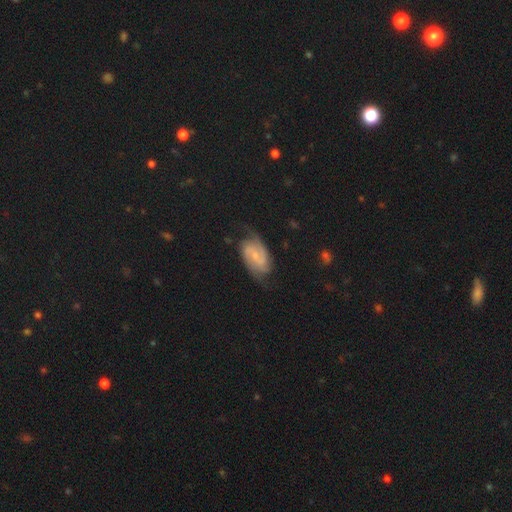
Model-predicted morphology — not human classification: smooth_or_featured: featured or disk (p=0.81) [alt: smooth p=0.13]
disk_edge_on: no (p=0.97) [alt: yes p=0.03]
bar: weak (p=0.48) [alt: no p=0.38]
has_spiral_arms: yes (p=0.96) [alt: no p=0.04]
spiral_winding: medium (p=0.46) [alt: tight p=0.36]
spiral_arm_count: 2 (p=0.81) [alt: can't tell p=0.09]
bulge_size: small (p=0.64) [alt: moderate p=0.25]
merging: none (p=0.70) [alt: minor disturbance p=0.19]